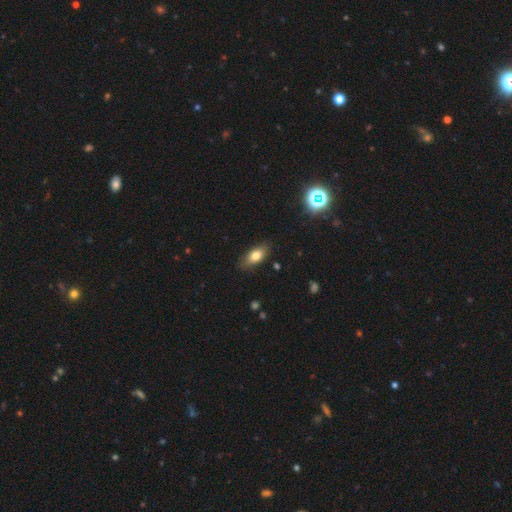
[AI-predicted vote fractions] The model was most divided on "smooth or featured": smooth: 78%, featured or disk: 14%, star or artifact: 8%. More confident: how rounded — in between (84%); merging — none (84%).